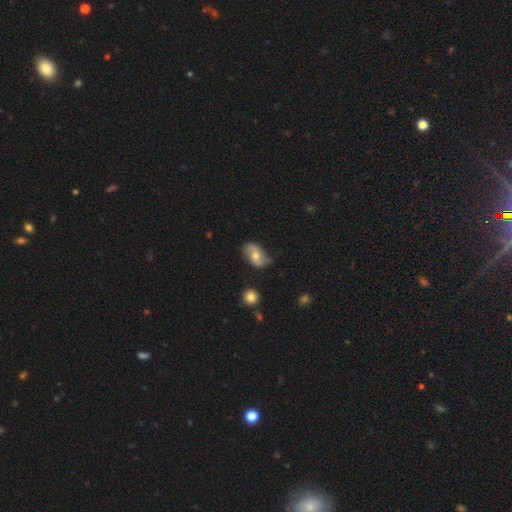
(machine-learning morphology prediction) smooth_or_featured: smooth (p=0.46) [tied with: featured or disk p=0.46]
merging: none (p=0.64) [alt: minor disturbance p=0.27]